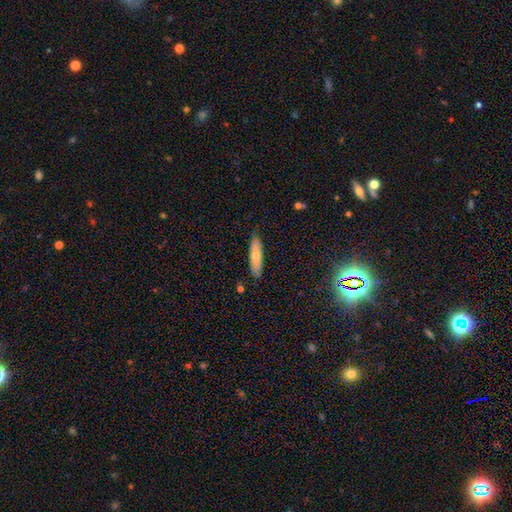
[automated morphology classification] Overall: smooth (65%; featured or disk 29%). How rounded: cigar-shaped (65%; in between 33%). Merging: none (85%).